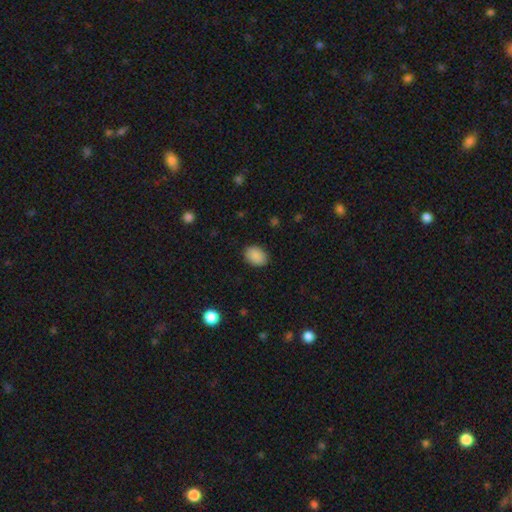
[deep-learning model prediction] Morphology: type=smooth (89%); roundness=in between (74%); merging=none (87%).